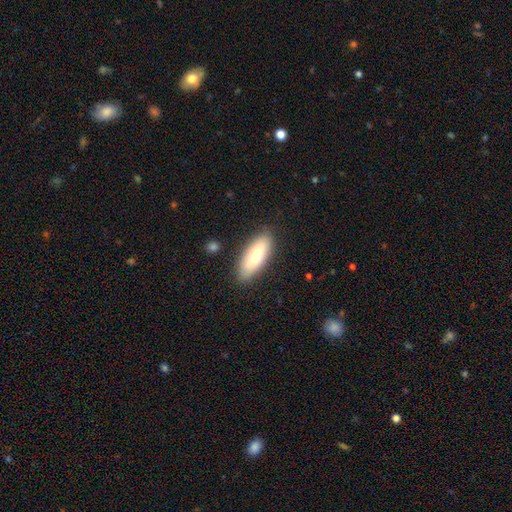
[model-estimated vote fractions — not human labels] The model was most divided on "how rounded": in between: 71%, cigar-shaped: 27%, round: 2%. More confident: merging — none (85%); smooth or featured — smooth (75%).